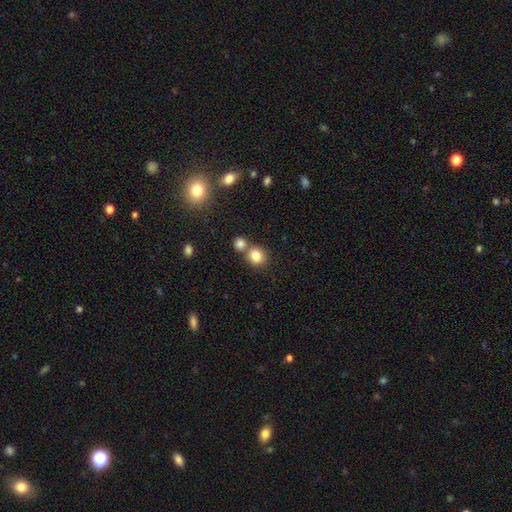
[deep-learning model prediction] This is clearly a smooth galaxy (83%). How rounded: clearly round (82%). Merging: possibly none (58%).